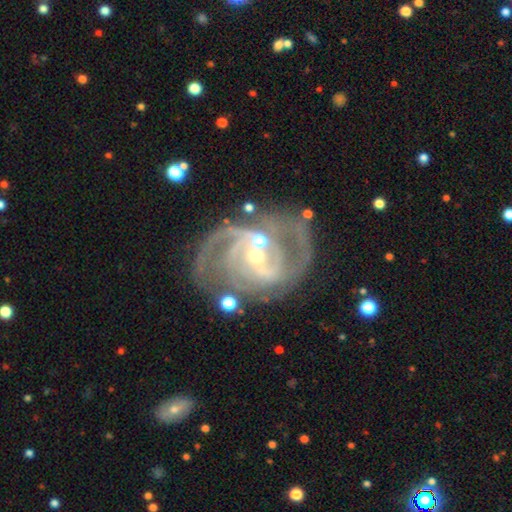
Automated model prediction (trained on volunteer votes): Smooth or featured? Predicted: featured or disk (p=0.90). Edge-on disk? Predicted: no (p=0.98). Bar? Predicted: weak (p=0.41). Spiral arms? Predicted: yes (p=0.97). Spiral winding? Predicted: tight (p=0.47). Spiral arm count? Predicted: 2 (p=0.42). Bulge size? Predicted: small (p=0.67). Merging? Predicted: none (p=0.62).